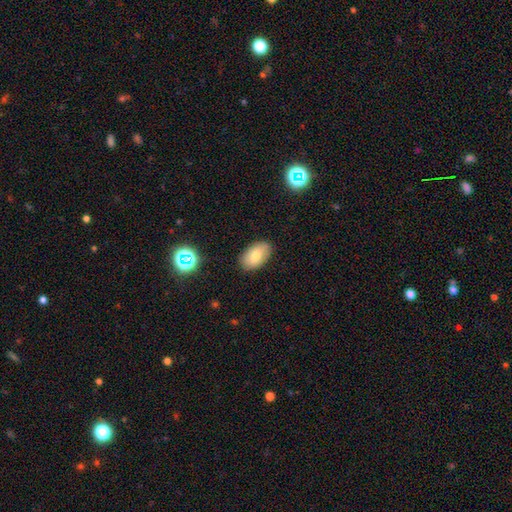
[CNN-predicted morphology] Overall: smooth (74%). How rounded: in between (92%). Merging: none (86%).